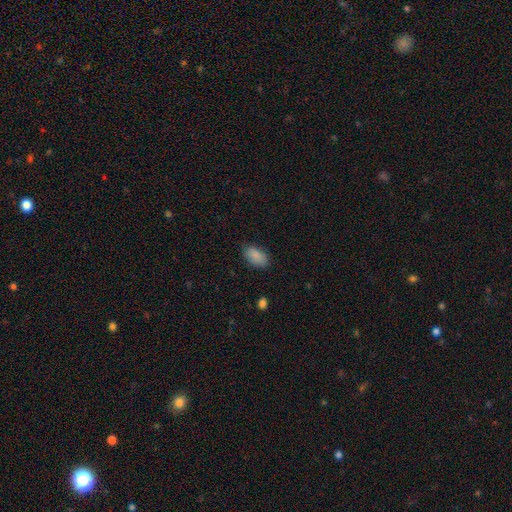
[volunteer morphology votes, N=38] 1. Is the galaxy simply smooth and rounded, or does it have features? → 92% smooth, 5% star or artifact, 3% featured or disk.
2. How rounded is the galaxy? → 94% in between, 6% cigar-shaped, 0% round.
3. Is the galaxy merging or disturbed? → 81% none, 11% minor disturbance, 6% merger, 3% major disturbance.